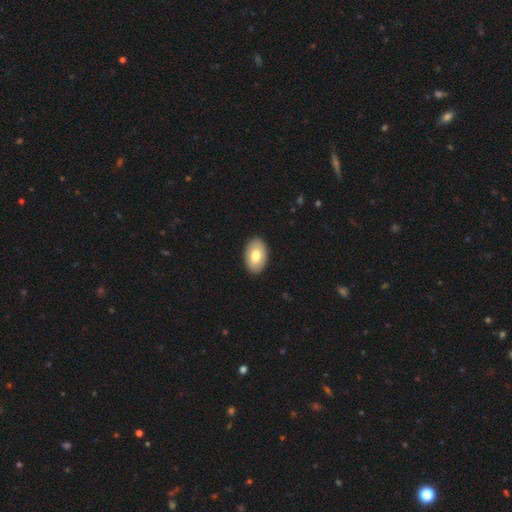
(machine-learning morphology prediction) Overall: smooth (77%). How rounded: in between (92%). Merging: none (90%).